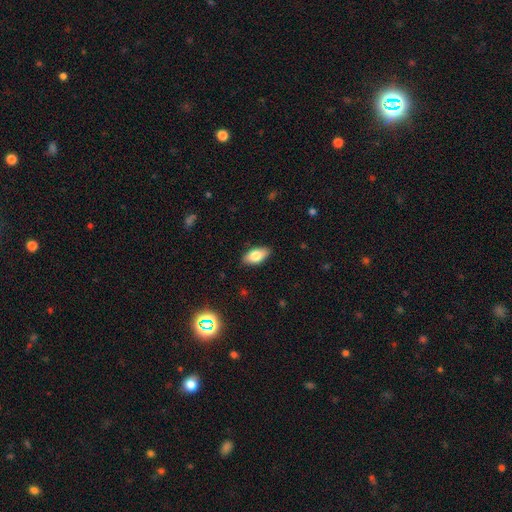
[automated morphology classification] smooth 80%, featured or disk 13%, star or artifact 8%. Down the decision tree: how rounded — in between (92%); merging — none (87%).